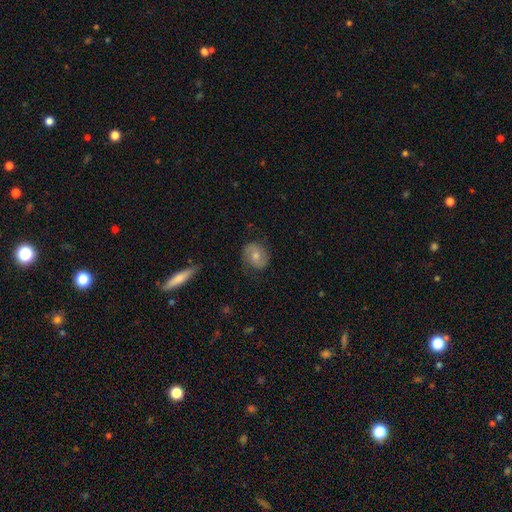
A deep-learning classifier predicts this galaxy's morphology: A featured or disk galaxy (47%).

Vote fractions:
- Smooth or featured? featured or disk: 47% / smooth: 45% / star or artifact: 8%
- Merging? none: 76% / minor disturbance: 17% / major disturbance: 5% / merger: 1%